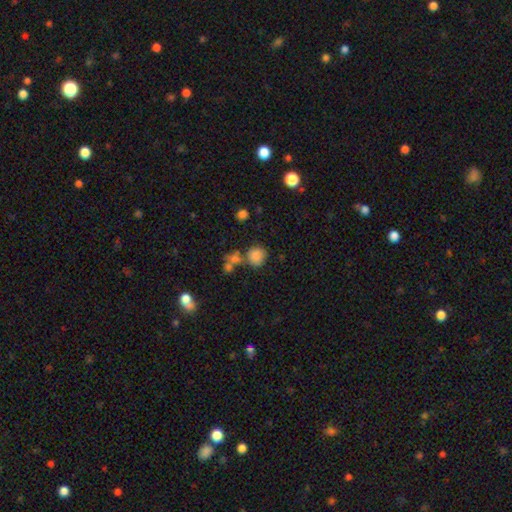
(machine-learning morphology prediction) smooth 82%, star or artifact 11%, featured or disk 8%. Down the decision tree: how rounded — round (86%); merging — none (60%).